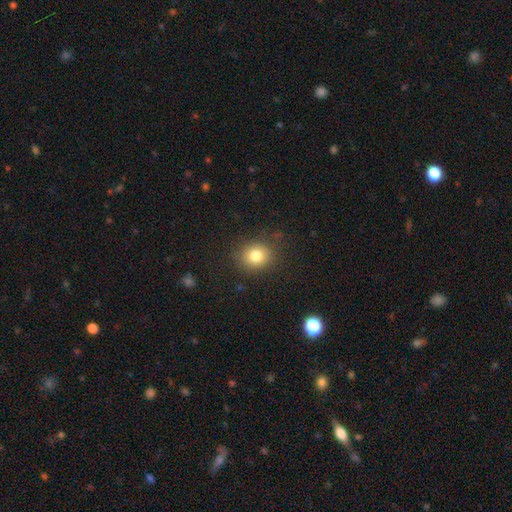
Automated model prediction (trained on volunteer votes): This is likely a smooth galaxy (80%). How rounded: likely round (72%). Merging: clearly none (84%).